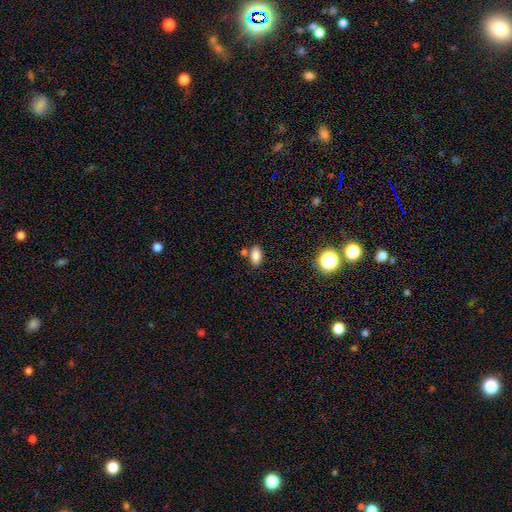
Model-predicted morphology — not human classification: The model was most divided on "merging": none: 72%, merger: 13%, minor disturbance: 12%, major disturbance: 3%. More confident: how rounded — in between (90%); smooth or featured — smooth (83%).